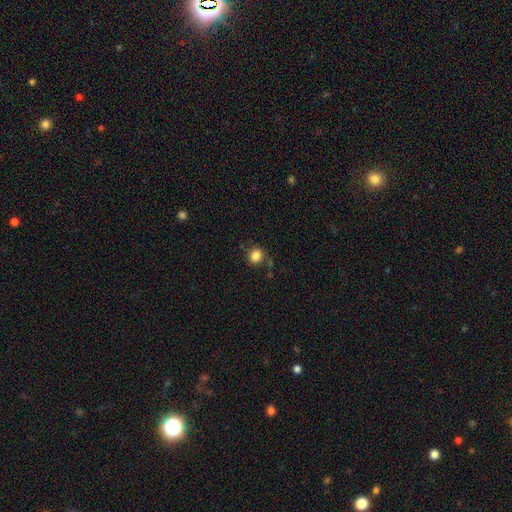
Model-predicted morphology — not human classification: smooth_or_featured: smooth (p=0.85) [alt: star or artifact p=0.11]
how_rounded: round (p=0.82) [alt: in between p=0.17]
merging: none (p=0.80) [alt: minor disturbance p=0.12]